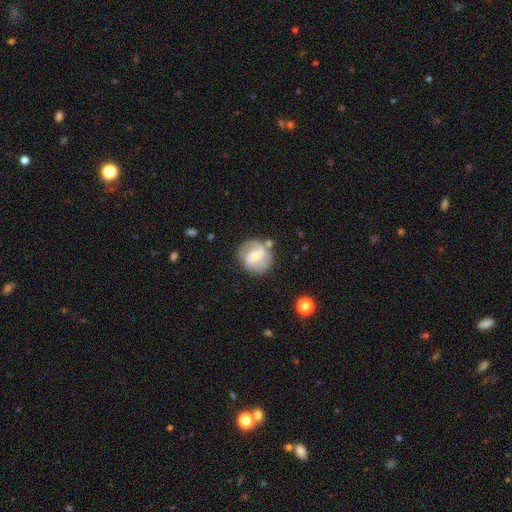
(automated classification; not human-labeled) This appears to be a featured or disk galaxy (71%) with a weak bar (45%), 2 (77%) medium (48%) spiral arms (91%) and a small central bulge (52%). Merging: none (68%).